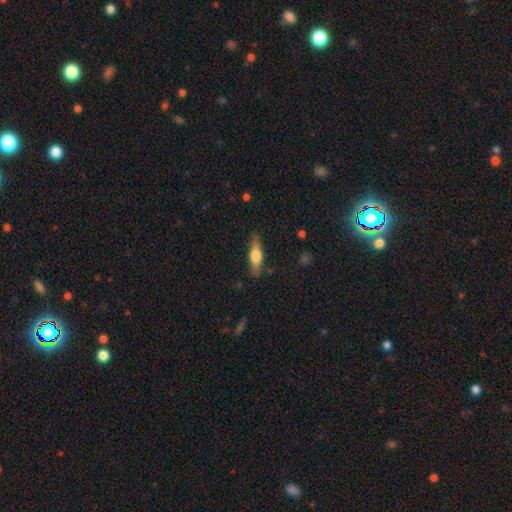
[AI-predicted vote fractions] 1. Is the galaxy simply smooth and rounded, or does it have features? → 54% smooth, 39% featured or disk, 6% star or artifact.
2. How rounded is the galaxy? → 61% cigar-shaped, 36% in between, 3% round.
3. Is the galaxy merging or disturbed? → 84% none, 12% minor disturbance, 3% major disturbance, 1% merger.